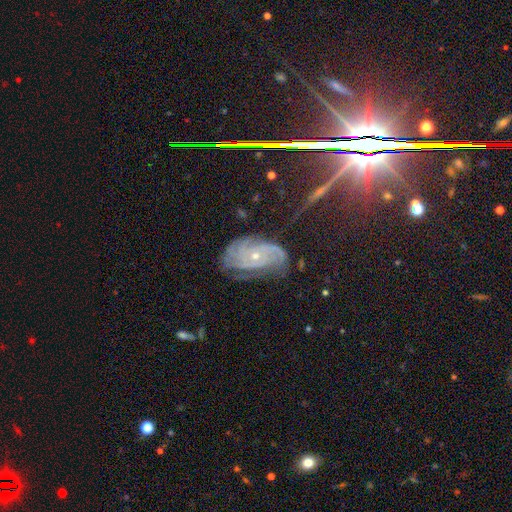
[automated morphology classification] A featured or disk galaxy (79%) with no bar (75%), 3 (29%) tight (66%) spiral arms (97%) and a small central bulge (76%).

Vote fractions:
- Smooth or featured? featured or disk: 79% / star or artifact: 13% / smooth: 7%
- Edge-on disk? no: 96% / yes: 4%
- Bar? no: 75% / weak: 19% / strong: 6%
- Spiral arms? yes: 97% / no: 3%
- Spiral winding? tight: 66% / medium: 27% / loose: 7%
- Spiral arm count? 3: 29% / can't tell: 23% / 4: 19% / 2: 16% / more than 4: 8% / 1: 6%
- Bulge size? small: 76% / moderate: 21% / none: 1% / large: 1% / dominant: 1%
- Merging? none: 66% / minor disturbance: 23% / major disturbance: 9% / merger: 2%